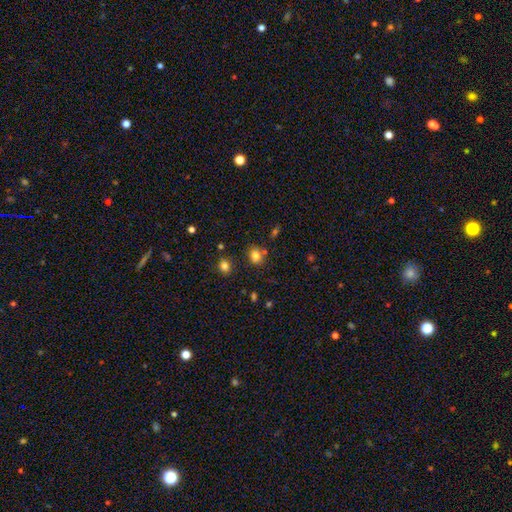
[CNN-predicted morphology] Smooth or featured?
  - smooth: 79% *
  - star or artifact: 13%
  - featured or disk: 8%
How rounded?
  - round: 64% *
  - in between: 35%
  - cigar-shaped: 1%
Merging?
  - none: 71% *
  - minor disturbance: 14%
  - merger: 11%
  - major disturbance: 4%